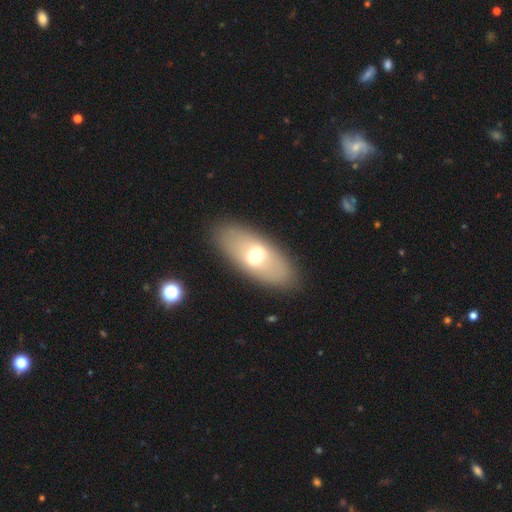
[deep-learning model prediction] Q: Smooth or featured?
A: smooth (54%); runner-up: featured or disk (38%)
Q: How rounded?
A: in between (85%); runner-up: cigar-shaped (10%)
Q: Merging?
A: none (87%); runner-up: minor disturbance (8%)